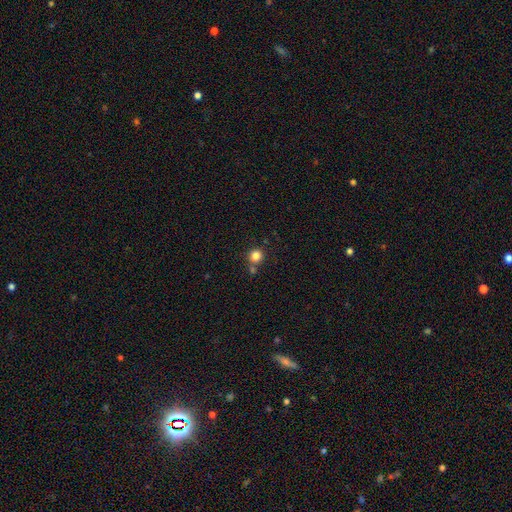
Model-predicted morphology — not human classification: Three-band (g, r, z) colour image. It shows a smooth galaxy with no disk features (82%) that is round (91%). Merging: none (73%).